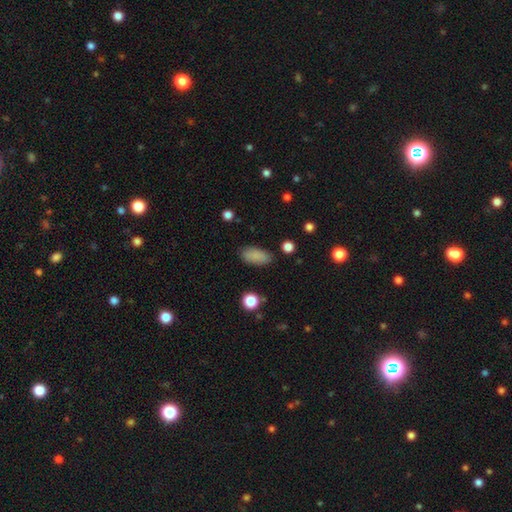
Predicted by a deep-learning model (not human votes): A smooth galaxy with no disk features (87%) that is in between round and cigar-shaped (89%).

Vote fractions:
- Smooth or featured? smooth: 87% / star or artifact: 9% / featured or disk: 5%
- How rounded? in between: 89% / cigar-shaped: 8% / round: 3%
- Merging? none: 85% / minor disturbance: 10% / major disturbance: 3% / merger: 2%